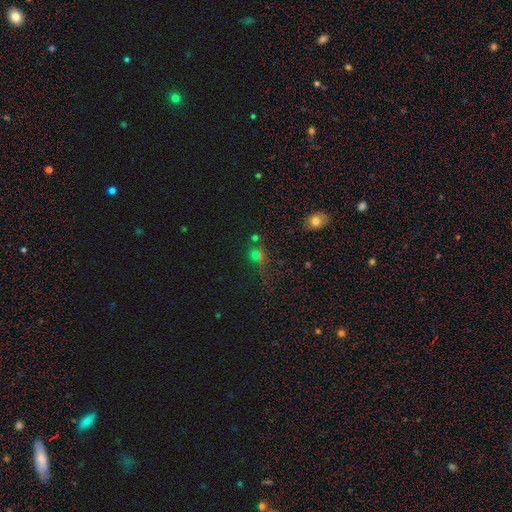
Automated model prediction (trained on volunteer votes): star or artifact 55%, smooth 34%, featured or disk 11%.